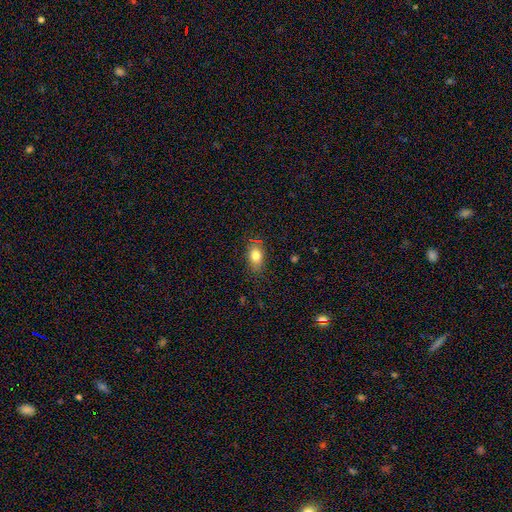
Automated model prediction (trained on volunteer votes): Smooth or featured? Predicted: smooth (p=0.79). How rounded? Predicted: in between (p=0.79). Merging? Predicted: none (p=0.80).